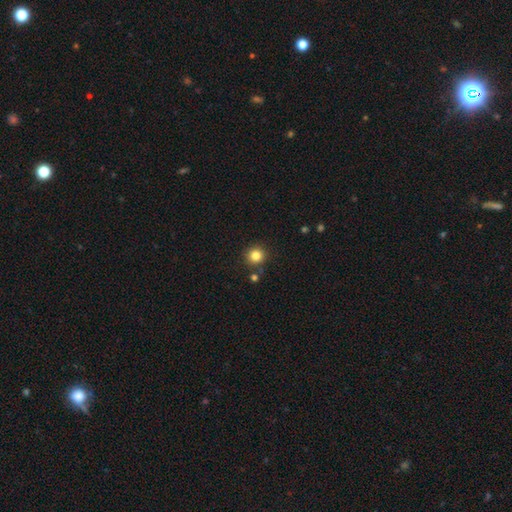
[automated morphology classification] This is clearly a smooth galaxy (83%). How rounded: clearly round (93%). Merging: clearly none (84%).